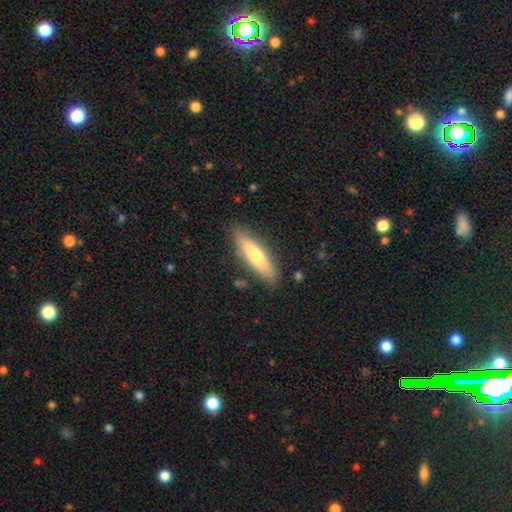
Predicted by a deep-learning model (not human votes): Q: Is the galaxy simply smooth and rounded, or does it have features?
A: smooth — 61%.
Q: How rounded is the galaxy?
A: cigar-shaped — 68%.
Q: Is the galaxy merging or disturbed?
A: none — 86%.